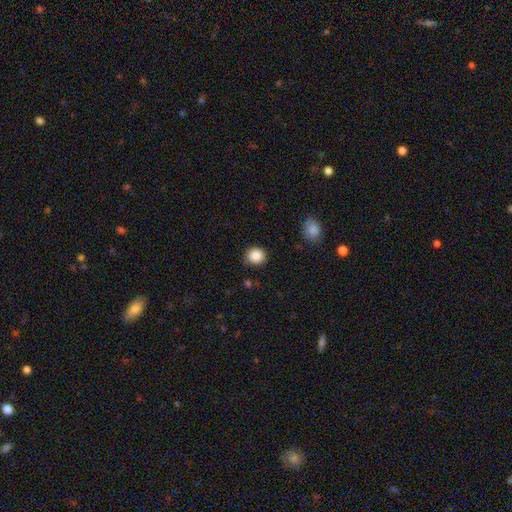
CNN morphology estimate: Smooth or featured: smooth — 88% (star or artifact — 9%)
How rounded: round — 84% (in between — 15%)
Merging: none — 84% (minor disturbance — 11%)